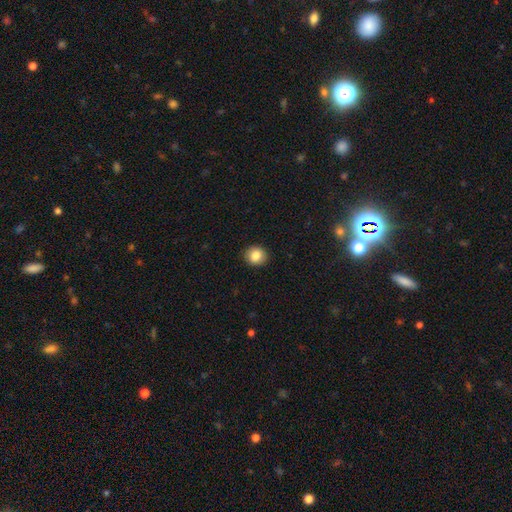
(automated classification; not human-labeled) A smooth galaxy with no disk features (85%) that is round (84%).

Vote fractions:
- Smooth or featured? smooth: 85% / star or artifact: 9% / featured or disk: 6%
- How rounded? round: 84% / in between: 15% / cigar-shaped: 1%
- Merging? none: 92% / minor disturbance: 6% / major disturbance: 2% / merger: 1%